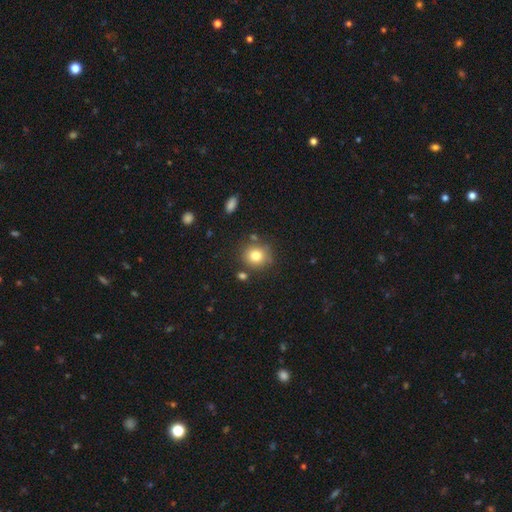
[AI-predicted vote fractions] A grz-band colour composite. It shows a smooth galaxy with no disk features (79%) that is round (87%). Merging: none (79%).